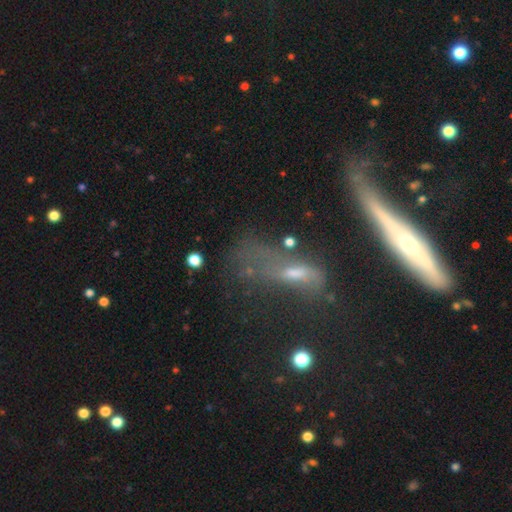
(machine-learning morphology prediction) This appears to be a featured or disk galaxy (45%). Merging: none (35%).